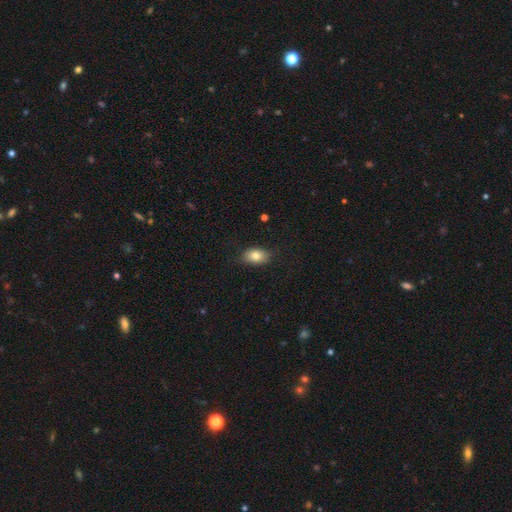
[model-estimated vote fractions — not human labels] The model was most divided on "merging": none: 82%, minor disturbance: 14%, major disturbance: 3%, merger: 1%. More confident: how rounded — in between (84%); smooth or featured — smooth (81%).